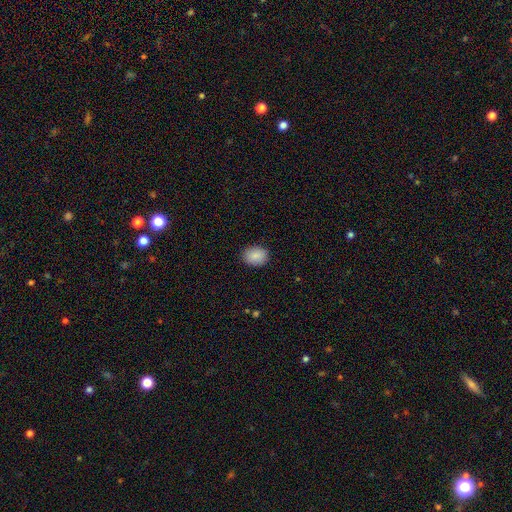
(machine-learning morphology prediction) Smooth or featured? Predicted: smooth (p=0.89). How rounded? Predicted: in between (p=0.61). Merging? Predicted: none (p=0.89).